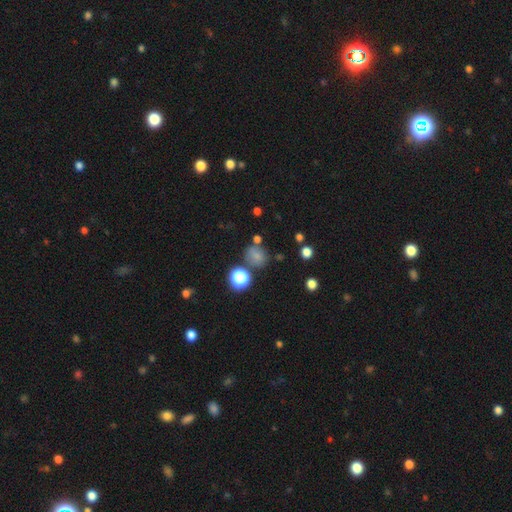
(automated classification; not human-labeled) A smooth galaxy with no disk features (69%) that is round (68%). Merging: none (67%).